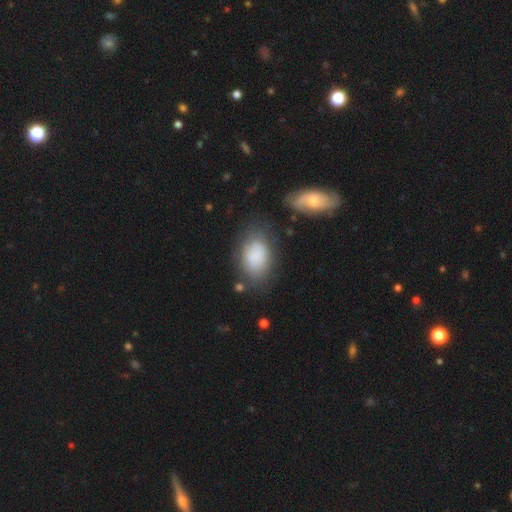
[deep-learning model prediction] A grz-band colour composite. It shows a smooth galaxy with no disk features (80%) that is in between round and cigar-shaped (85%). Merging: none (63%).